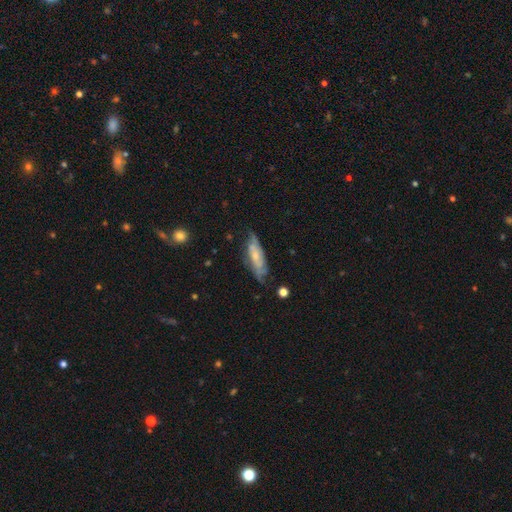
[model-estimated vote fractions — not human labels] A featured or disk galaxy (57%).

Vote fractions:
- Smooth or featured? featured or disk: 57% / smooth: 36% / star or artifact: 7%
- Edge-on disk? no: 73% / yes: 27%
- Merging? none: 63% / minor disturbance: 26% / major disturbance: 9% / merger: 2%